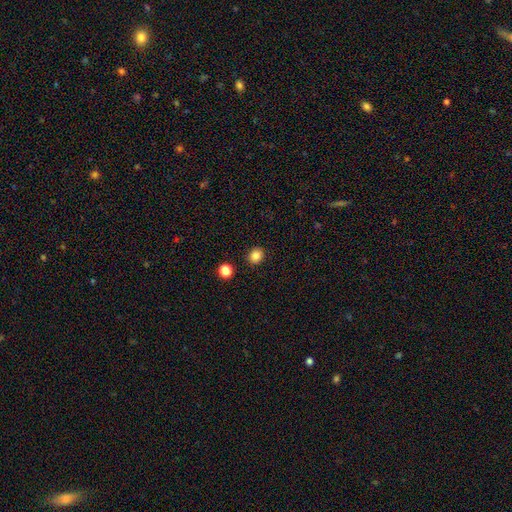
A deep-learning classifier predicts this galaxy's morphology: Smooth or featured? smooth (84%)
How rounded? round (78%)
Merging? none (90%)